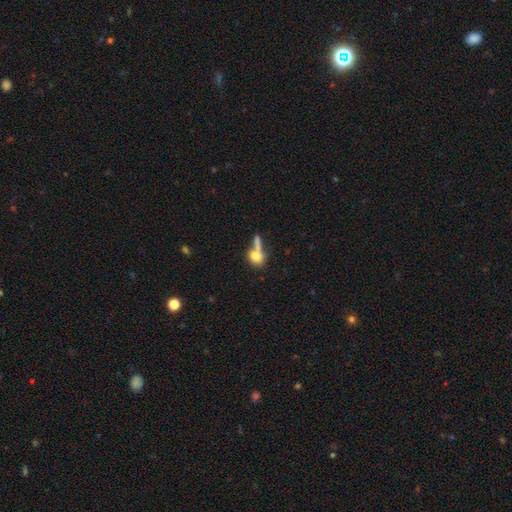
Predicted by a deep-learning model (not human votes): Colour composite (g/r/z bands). It shows a smooth galaxy with no disk features (73%) that is round (54%). Merging: merger (40%).